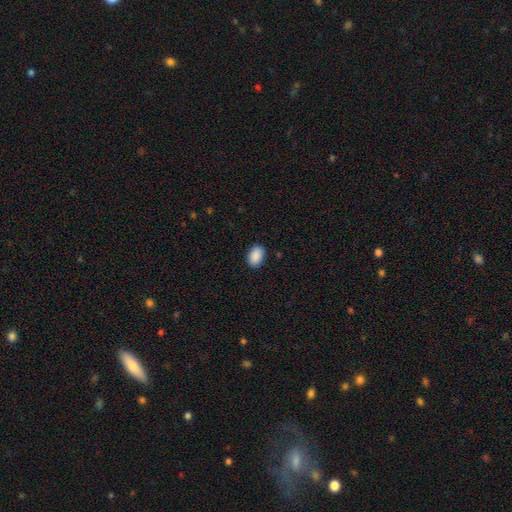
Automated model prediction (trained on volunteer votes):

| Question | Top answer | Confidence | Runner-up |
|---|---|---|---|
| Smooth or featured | smooth | 91% | star or artifact (7%) |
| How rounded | in between | 88% | round (11%) |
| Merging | none | 89% | minor disturbance (8%) |